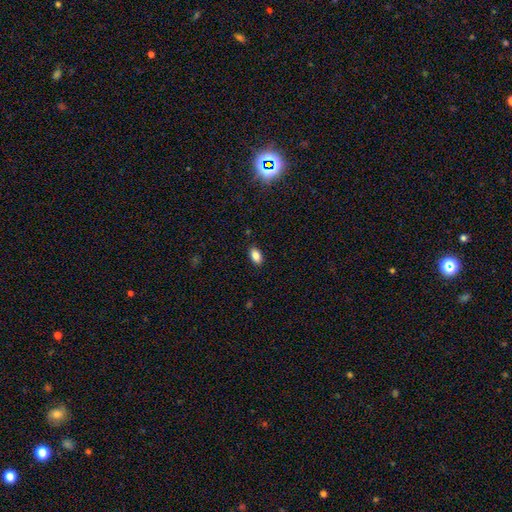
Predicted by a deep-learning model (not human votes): A smooth galaxy with no disk features (85%) that is in between round and cigar-shaped (91%).

Vote fractions:
- Smooth or featured? smooth: 85% / star or artifact: 9% / featured or disk: 6%
- How rounded? in between: 91% / round: 6% / cigar-shaped: 2%
- Merging? none: 88% / minor disturbance: 9% / major disturbance: 2% / merger: 1%